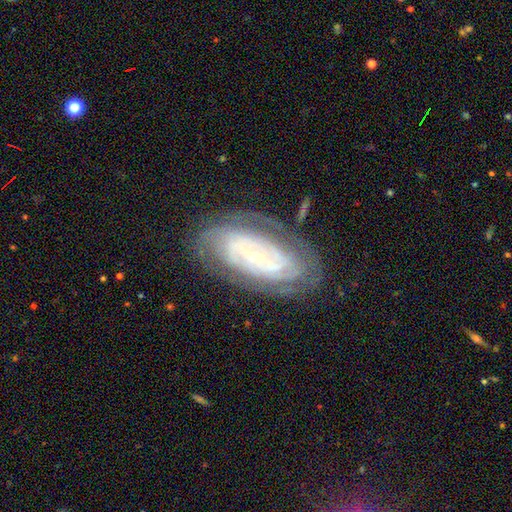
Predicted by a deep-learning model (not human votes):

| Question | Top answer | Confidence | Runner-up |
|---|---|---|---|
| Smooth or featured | featured or disk | 81% | smooth (12%) |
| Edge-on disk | no | 93% | yes (7%) |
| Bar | no | 61% | weak (25%) |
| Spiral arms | yes | 90% | no (10%) |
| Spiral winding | tight | 78% | medium (17%) |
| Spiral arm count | can't tell | 48% | 2 (19%) |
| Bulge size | small | 83% | moderate (12%) |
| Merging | none | 75% | minor disturbance (17%) |